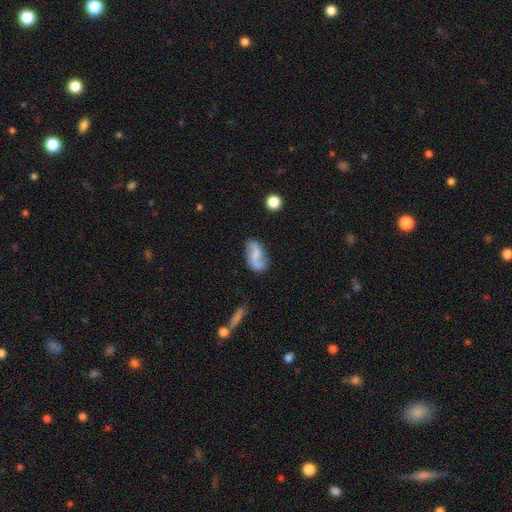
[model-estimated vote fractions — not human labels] Smooth or featured: featured or disk — 58% (smooth — 34%)
Edge-on disk: no — 96% (yes — 4%)
Bar: no — 46% (weak — 39%)
Spiral arms: yes — 89% (no — 11%)
Bulge size: none — 50% (small — 25%)
Merging: none — 66% (minor disturbance — 21%)